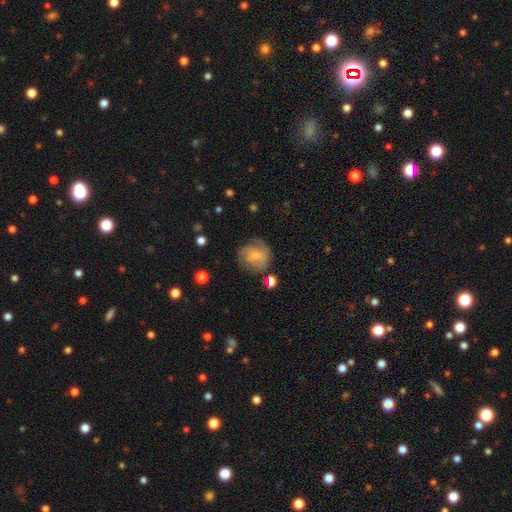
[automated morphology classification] The model was most divided on "smooth or featured": smooth: 55%, featured or disk: 36%, star or artifact: 8%. More confident: how rounded — round (78%); merging — none (61%).